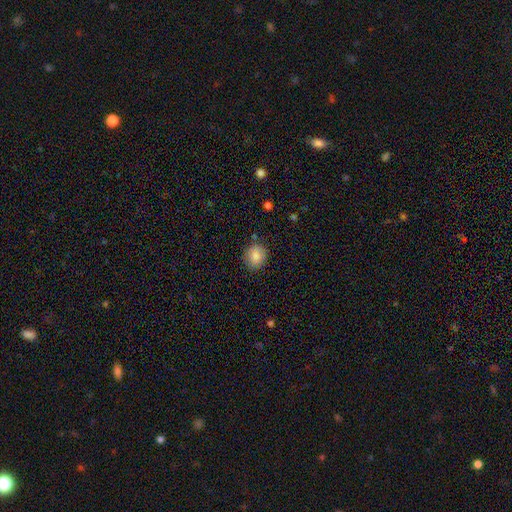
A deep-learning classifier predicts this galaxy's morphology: This is clearly a smooth galaxy (86%). How rounded: likely round (70%). Merging: clearly none (84%).